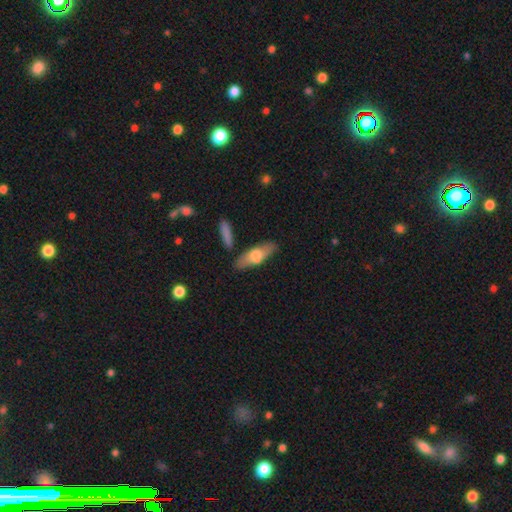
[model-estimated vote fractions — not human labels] A smooth galaxy with no disk features (59%) that is in between round and cigar-shaped (53%). Merging: none (81%).